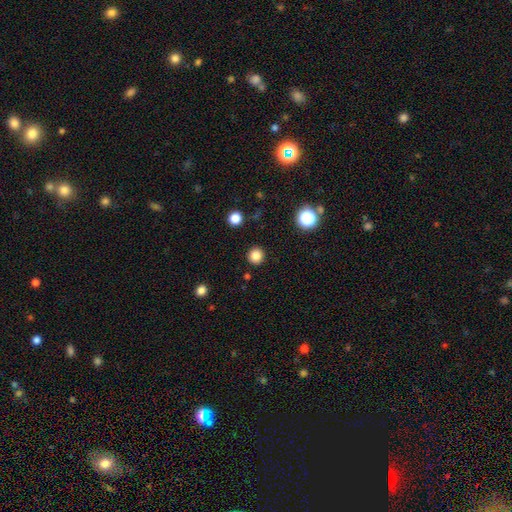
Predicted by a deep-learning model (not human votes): Smooth or featured? Predicted: smooth (p=0.84). How rounded? Predicted: round (p=0.94). Merging? Predicted: none (p=0.92).